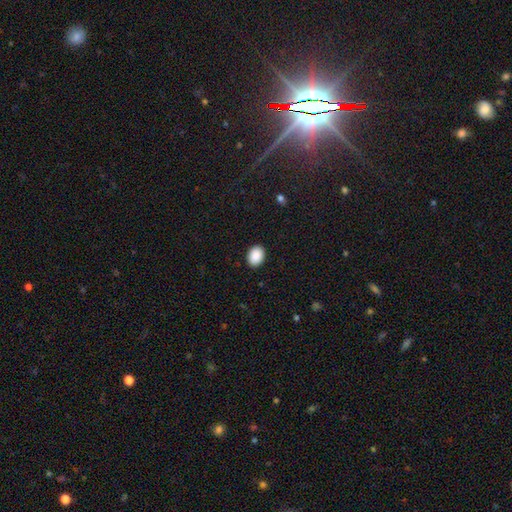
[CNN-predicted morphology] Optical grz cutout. It shows a smooth galaxy with no disk features (91%) that is in between round and cigar-shaped (71%). Merging: none (91%).